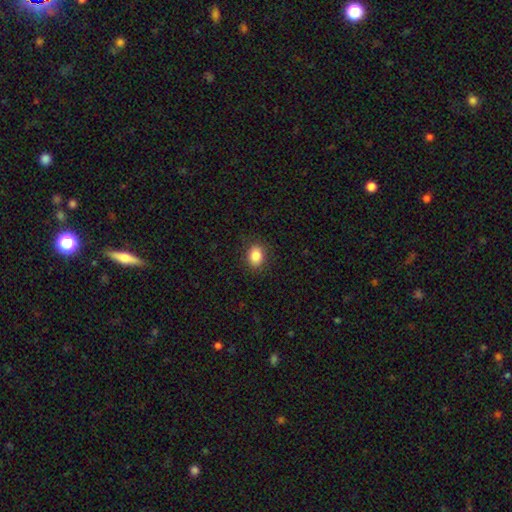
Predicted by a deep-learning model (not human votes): Smooth or featured? Predicted: smooth (p=0.85). How rounded? Predicted: in between (p=0.55). Merging? Predicted: none (p=0.87).